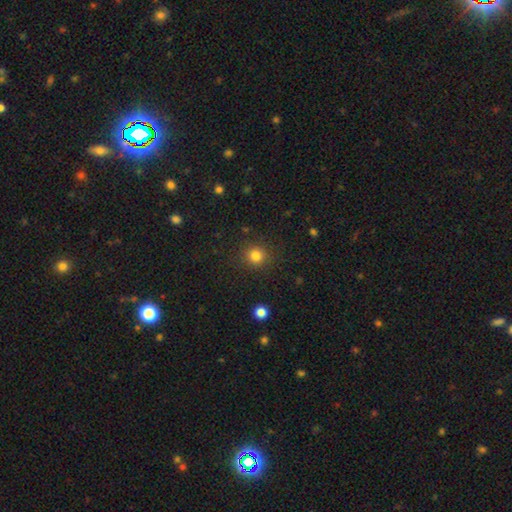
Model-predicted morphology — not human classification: Smooth or featured: smooth — 82% (star or artifact — 13%)
How rounded: round — 91% (in between — 8%)
Merging: none — 88% (minor disturbance — 7%)